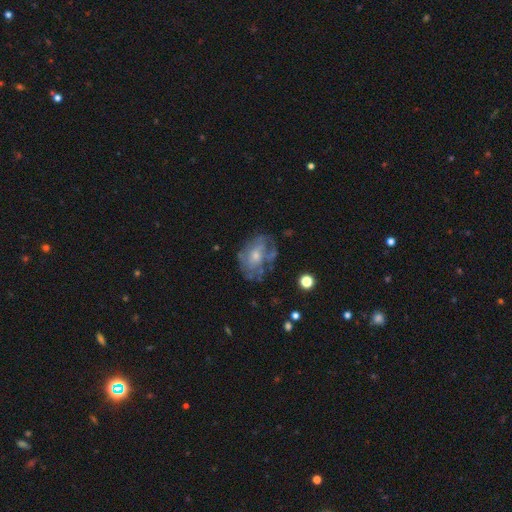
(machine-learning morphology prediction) featured or disk 61%, smooth 27%, star or artifact 12%. Down the decision tree: edge-on disk — no (96%); bar — no (79%); spiral arms — no (53%); bulge size — small (54%); merging — none (58%).